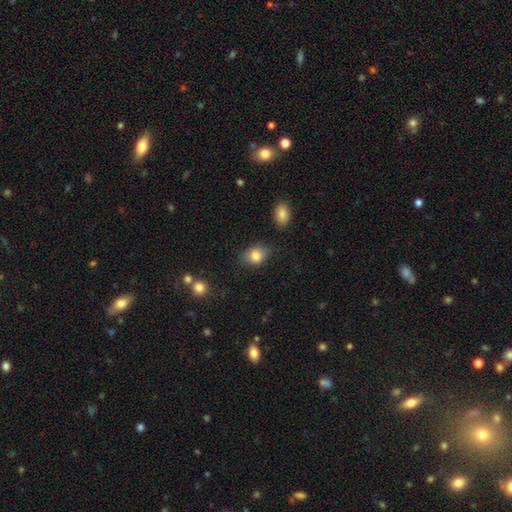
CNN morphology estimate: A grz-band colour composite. It shows a smooth galaxy with no disk features (82%) that is in between round and cigar-shaped (70%). Merging: none (75%).